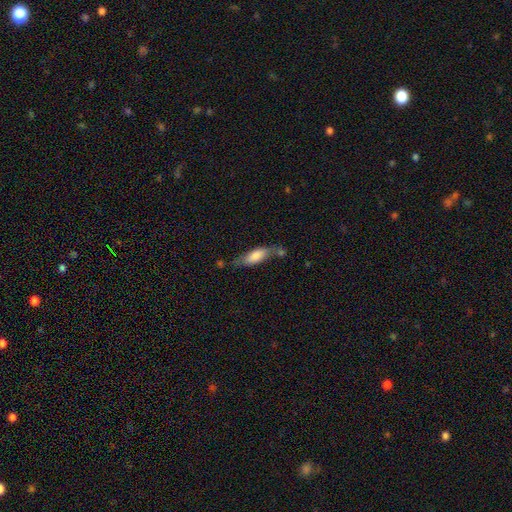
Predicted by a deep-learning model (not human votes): This is likely a smooth galaxy (73%). How rounded: likely in between (61%). Merging: possibly none (48%).